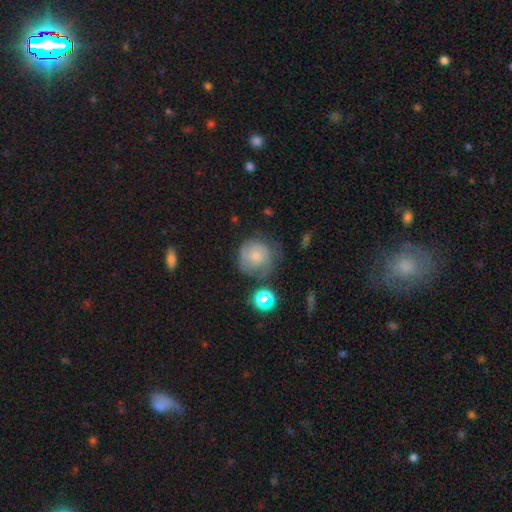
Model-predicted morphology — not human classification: A smooth galaxy with no disk features (55%) that is round (89%).

Vote fractions:
- Smooth or featured? smooth: 55% / featured or disk: 35% / star or artifact: 10%
- How rounded? round: 89% / in between: 10% / cigar-shaped: 1%
- Merging? none: 54% / minor disturbance: 26% / major disturbance: 15% / merger: 5%